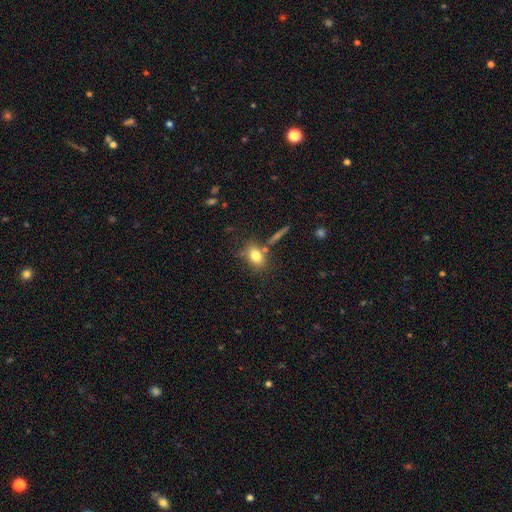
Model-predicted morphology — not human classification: A smooth galaxy with no disk features (79%) that is in between round and cigar-shaped (70%).

Vote fractions:
- Smooth or featured? smooth: 79% / featured or disk: 11% / star or artifact: 10%
- How rounded? in between: 70% / round: 28% / cigar-shaped: 3%
- Merging? none: 66% / minor disturbance: 15% / merger: 14% / major disturbance: 5%